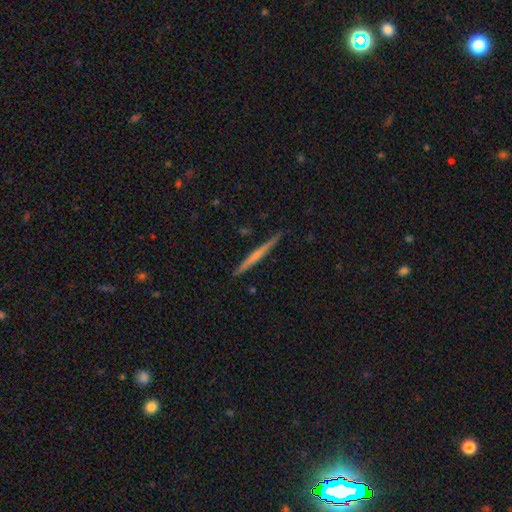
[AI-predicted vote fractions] This is possibly a featured or disk galaxy (54%). It is clearly viewed edge-on (98%). Edge-on bulge: likely none (70%). Merging: clearly none (90%).